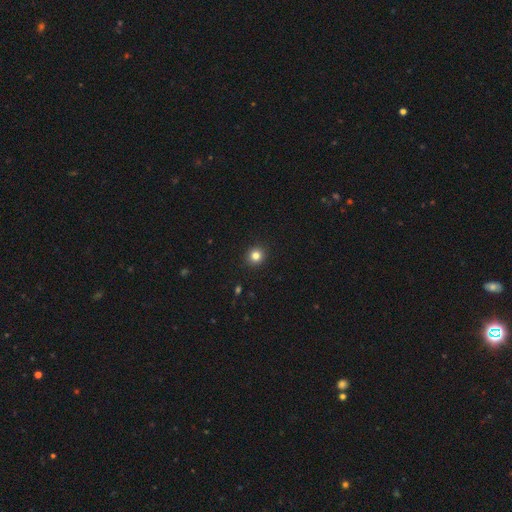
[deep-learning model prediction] This appears to be a smooth galaxy with no disk features (82%) that is round (88%). Merging: none (92%).